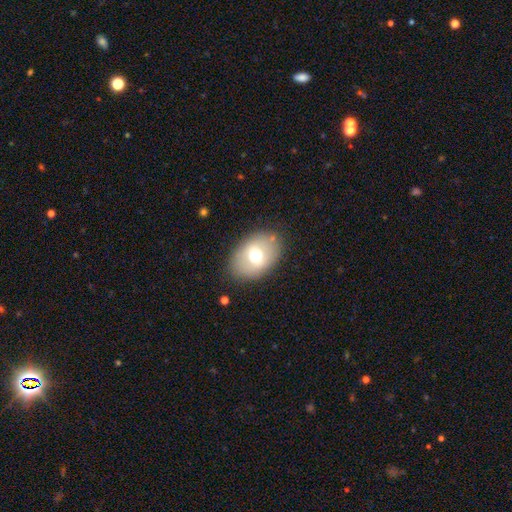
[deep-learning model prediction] smooth-or-featured: smooth: 65% | featured or disk: 26% | star or artifact: 9%
  how-rounded: in between: 78% | round: 21% | cigar-shaped: 1%
  merging: none: 82% | minor disturbance: 12% | major disturbance: 4% | merger: 2%